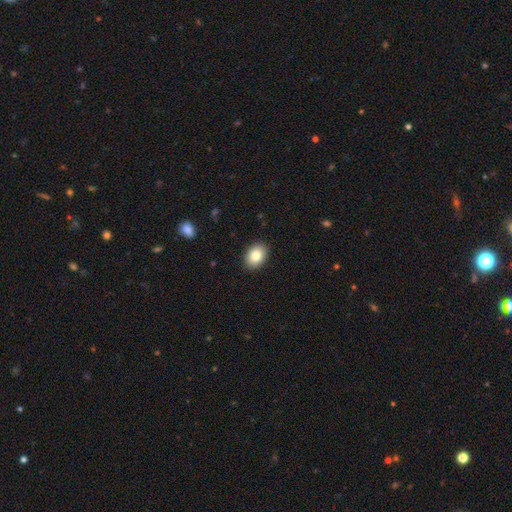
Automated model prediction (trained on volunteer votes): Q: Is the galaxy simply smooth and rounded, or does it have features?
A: smooth — 85%.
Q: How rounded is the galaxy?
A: in between — 76%.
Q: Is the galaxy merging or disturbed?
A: none — 90%.